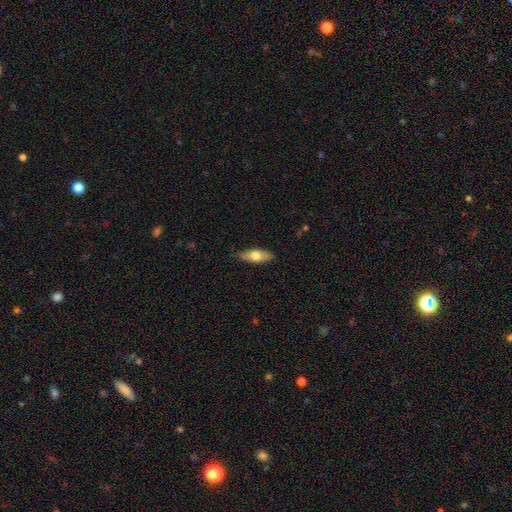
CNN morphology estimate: A smooth galaxy with no disk features (65%) that is in between round and cigar-shaped (67%). Merging: none (82%).